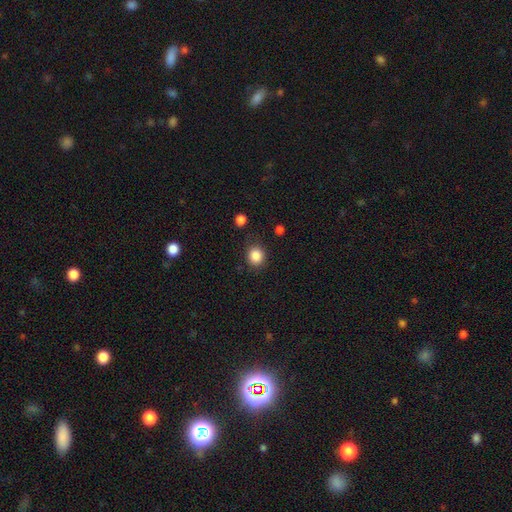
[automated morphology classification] Overall: smooth (86%). How rounded: round (80%). Merging: none (82%).